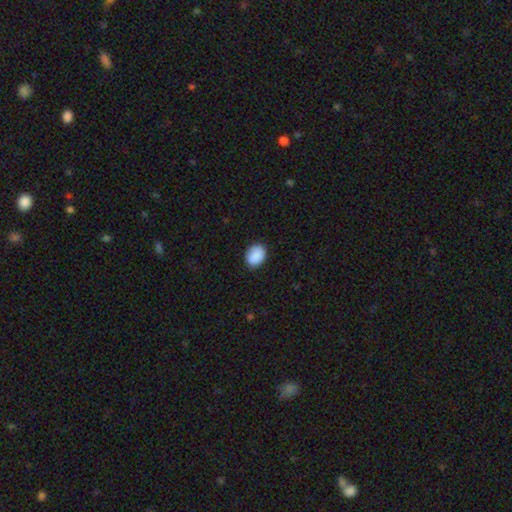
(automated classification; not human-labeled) Smooth or featured?
  - smooth: 90% *
  - star or artifact: 7%
  - featured or disk: 3%
How rounded?
  - in between: 60% *
  - round: 39%
  - cigar-shaped: 1%
Merging?
  - none: 87% *
  - minor disturbance: 10%
  - major disturbance: 2%
  - merger: 1%